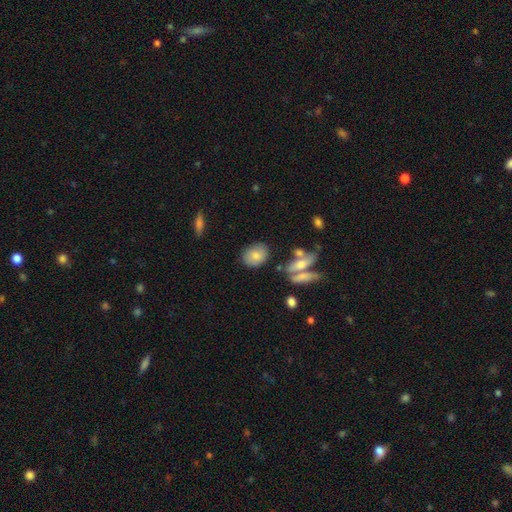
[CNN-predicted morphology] This is likely a smooth galaxy (76%). How rounded: possibly in between (55%). Merging: likely none (78%).